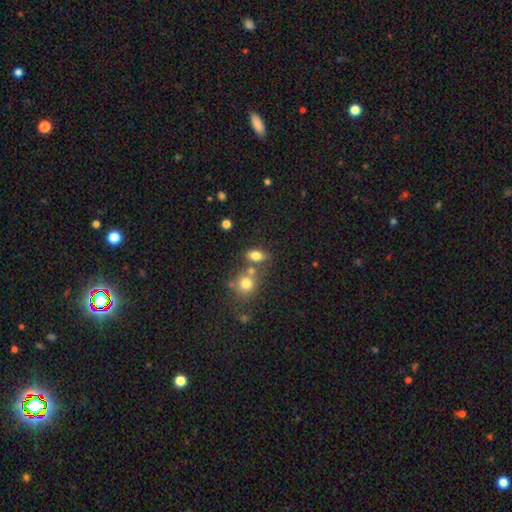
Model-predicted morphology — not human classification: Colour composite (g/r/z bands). It shows a smooth galaxy with no disk features (78%) that is in between round and cigar-shaped (78%). Merging: none (57%).